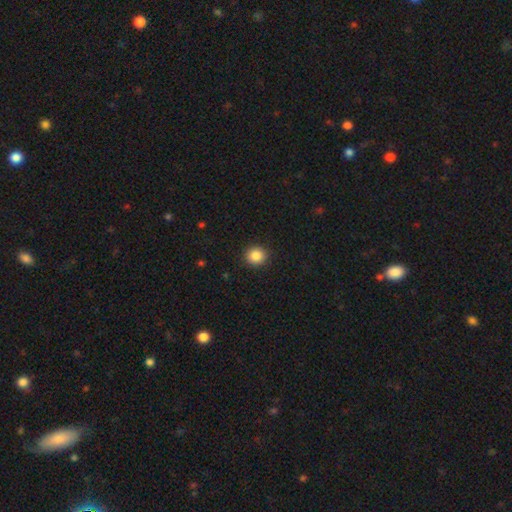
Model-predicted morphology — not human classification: A smooth galaxy with no disk features (86%) that is round (89%). Merging: none (92%).